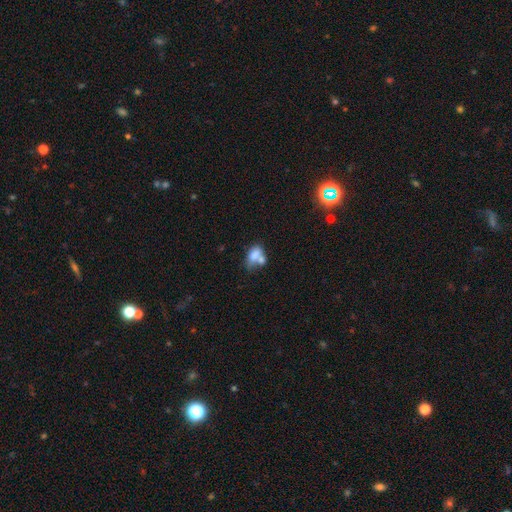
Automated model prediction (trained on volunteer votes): smooth_or_featured: smooth (p=0.71) [alt: featured or disk p=0.19]
how_rounded: in between (p=0.82) [alt: round p=0.15]
merging: merger (p=0.53) [alt: none p=0.25]